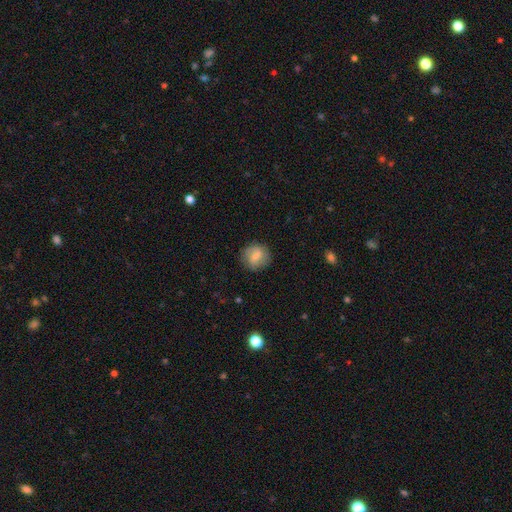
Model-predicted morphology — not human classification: The model was most divided on "smooth or featured": smooth: 67%, featured or disk: 25%, star or artifact: 8%. More confident: how rounded — round (85%); merging — none (81%).